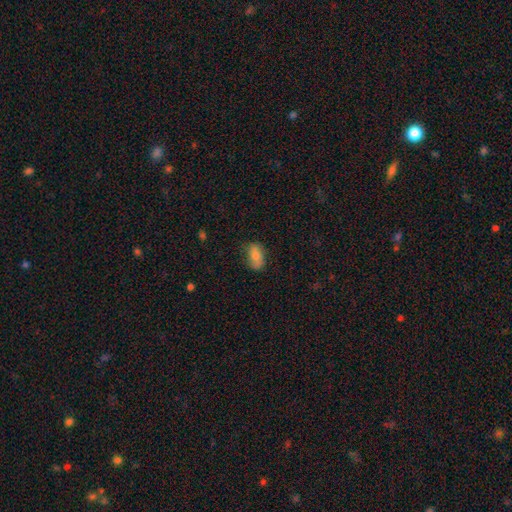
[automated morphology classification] Smooth or featured? smooth (75%)
How rounded? in between (89%)
Merging? none (70%)